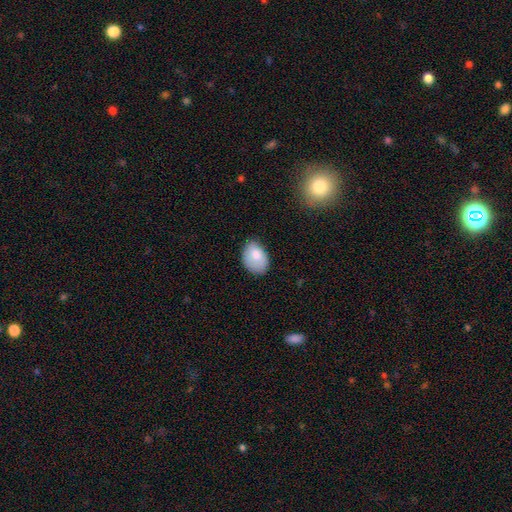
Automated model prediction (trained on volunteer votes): A smooth galaxy with no disk features (81%) that is in between round and cigar-shaped (84%).

Vote fractions:
- Smooth or featured? smooth: 81% / featured or disk: 12% / star or artifact: 7%
- How rounded? in between: 84% / round: 15% / cigar-shaped: 1%
- Merging? none: 66% / minor disturbance: 27% / major disturbance: 6% / merger: 2%